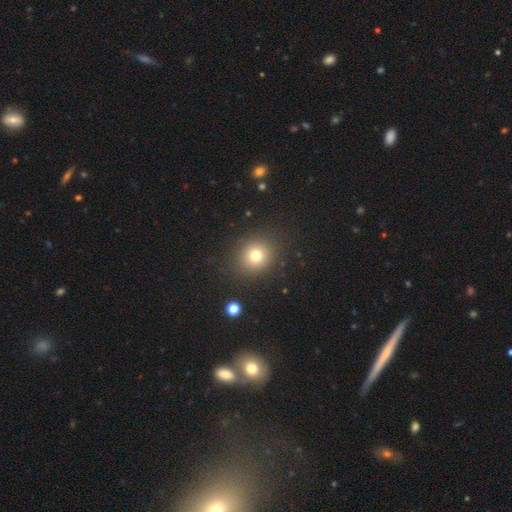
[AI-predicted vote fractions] Morphology: type=smooth (76%); roundness=round (78%); merging=none (87%).